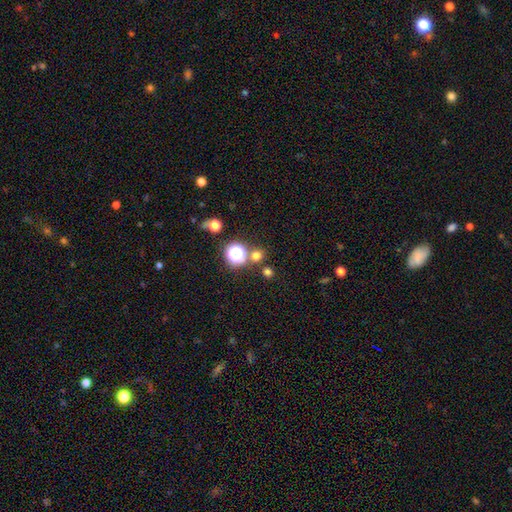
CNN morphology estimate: This is likely a smooth galaxy (65%). How rounded: clearly round (87%). Merging: likely none (76%).